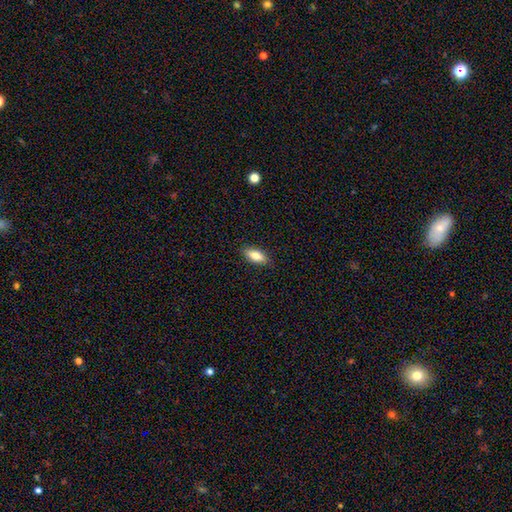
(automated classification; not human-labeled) A smooth galaxy with no disk features (79%) that is in between round and cigar-shaped (76%).

Vote fractions:
- Smooth or featured? smooth: 79% / featured or disk: 14% / star or artifact: 7%
- How rounded? in between: 76% / cigar-shaped: 21% / round: 3%
- Merging? none: 87% / minor disturbance: 10% / major disturbance: 2% / merger: 1%